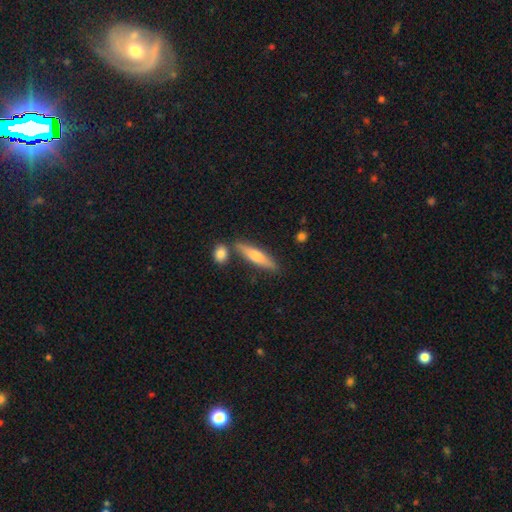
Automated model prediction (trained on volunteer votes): smooth 55%, featured or disk 39%, star or artifact 6%. Down the decision tree: how rounded — cigar-shaped (81%); merging — none (77%).